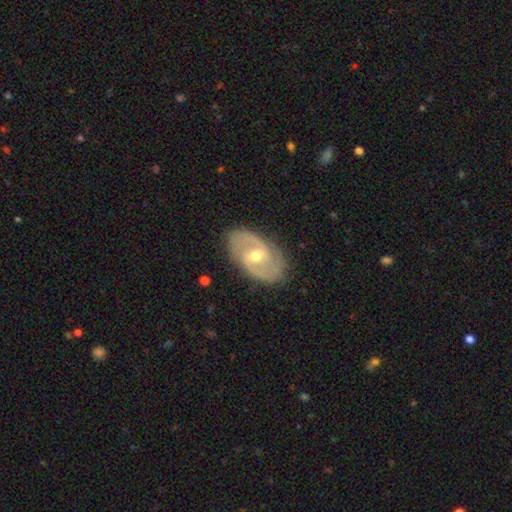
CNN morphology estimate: Smooth or featured: featured or disk — 81% (smooth — 14%)
Edge-on disk: no — 95% (yes — 5%)
Bar: weak — 53% (no — 25%)
Spiral arms: yes — 89% (no — 11%)
Spiral winding: medium — 50% (tight — 29%)
Spiral arm count: 2 — 86% (can't tell — 8%)
Bulge size: moderate — 62% (small — 34%)
Merging: none — 82% (minor disturbance — 13%)